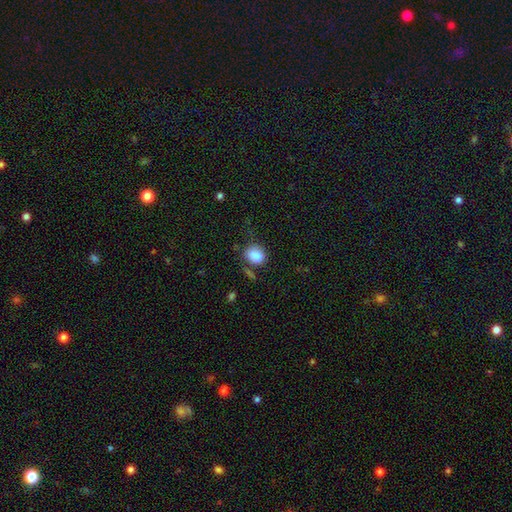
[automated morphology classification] smooth 84%, star or artifact 9%, featured or disk 7%. Down the decision tree: how rounded — in between (53%); merging — none (61%).